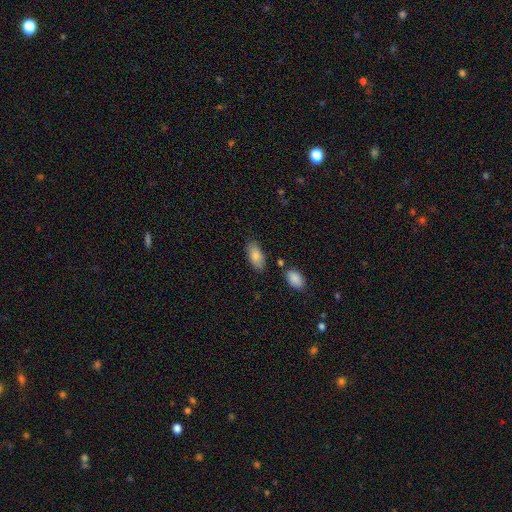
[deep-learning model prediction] smooth 82%, featured or disk 12%, star or artifact 7%. Down the decision tree: how rounded — in between (90%); merging — none (79%).